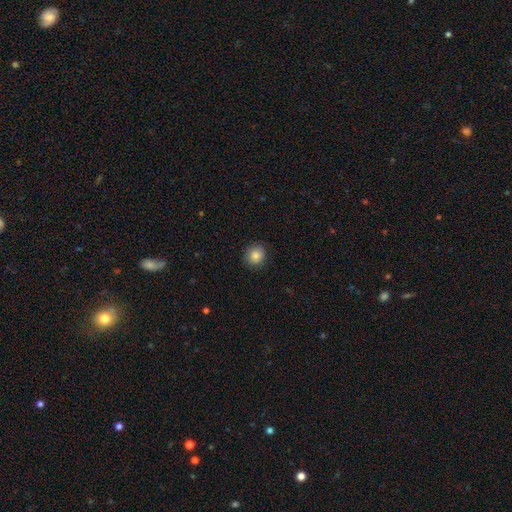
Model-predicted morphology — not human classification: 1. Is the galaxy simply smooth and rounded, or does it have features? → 85% smooth, 9% star or artifact, 5% featured or disk.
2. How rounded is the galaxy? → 87% round, 12% in between, 1% cigar-shaped.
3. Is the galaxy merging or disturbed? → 89% none, 8% minor disturbance, 2% major disturbance, 1% merger.